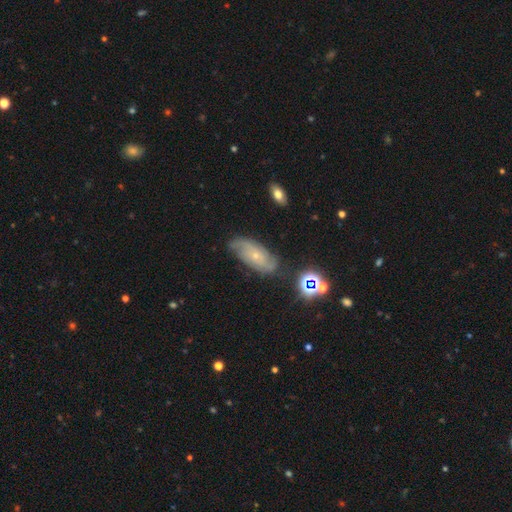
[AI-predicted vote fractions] Smooth or featured: featured or disk — 69% (smooth — 20%)
Edge-on disk: no — 92% (yes — 8%)
Bar: no — 76% (weak — 20%)
Spiral arms: yes — 89% (no — 11%)
Spiral winding: tight — 40% (medium — 39%)
Spiral arm count: 2 — 47% (can't tell — 31%)
Bulge size: small — 79% (moderate — 17%)
Merging: none — 67% (minor disturbance — 22%)